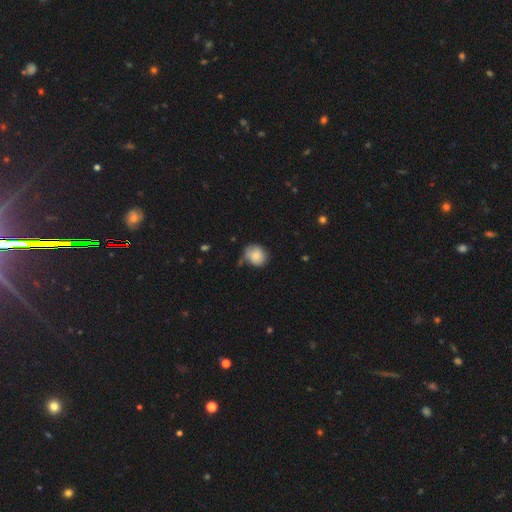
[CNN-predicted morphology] Smooth or featured: smooth — 77% (featured or disk — 15%)
How rounded: round — 70% (in between — 29%)
Merging: none — 58% (minor disturbance — 30%)